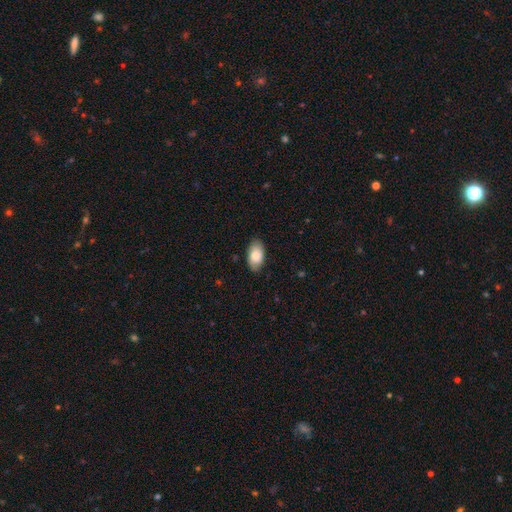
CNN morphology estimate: Smooth or featured: smooth — 82% (featured or disk — 12%)
How rounded: in between — 94% (round — 4%)
Merging: none — 84% (minor disturbance — 13%)